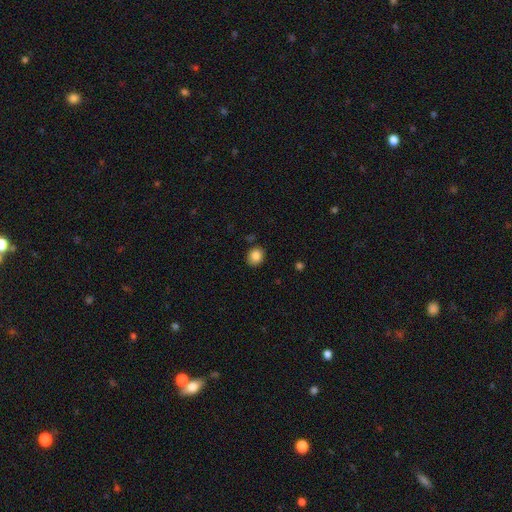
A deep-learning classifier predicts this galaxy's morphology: Smooth or featured: smooth — 85% (star or artifact — 9%)
How rounded: round — 62% (in between — 37%)
Merging: none — 85% (minor disturbance — 11%)